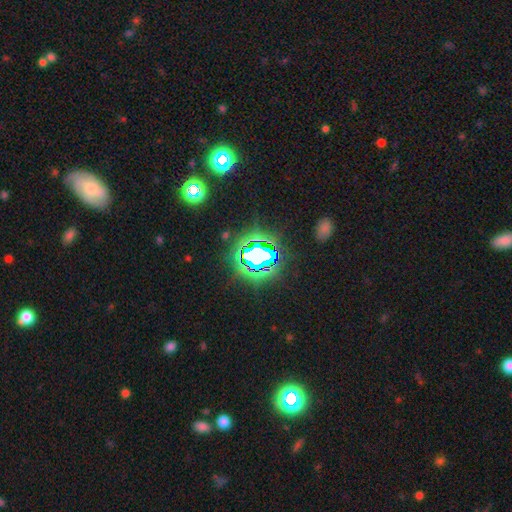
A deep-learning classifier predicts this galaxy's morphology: star or artifact 75%, smooth 14%, featured or disk 11%.